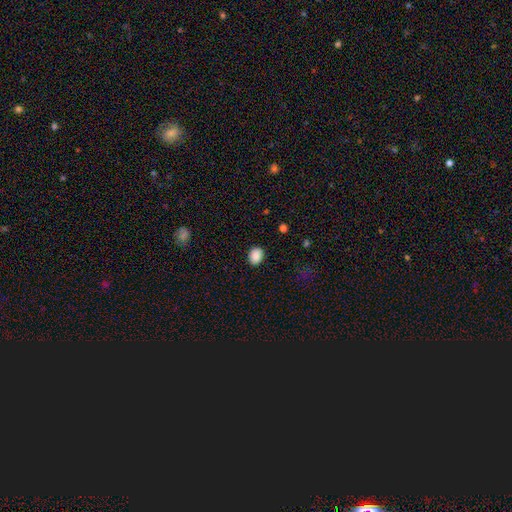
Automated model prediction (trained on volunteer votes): smooth 89%, star or artifact 8%, featured or disk 3%. Down the decision tree: how rounded — in between (60%); merging — none (88%).